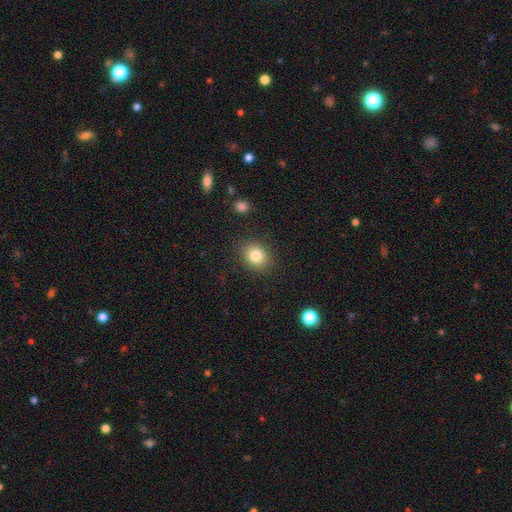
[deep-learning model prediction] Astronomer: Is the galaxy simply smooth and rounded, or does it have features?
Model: smooth — 82%.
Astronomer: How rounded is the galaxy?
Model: round — 59% (runner-up: in between, 40%).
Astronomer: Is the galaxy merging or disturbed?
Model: none — 87%.